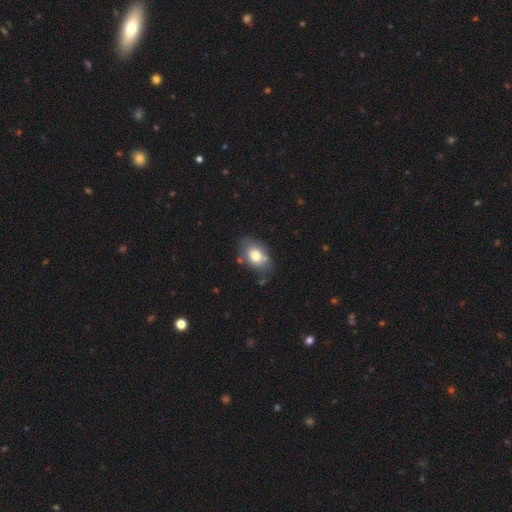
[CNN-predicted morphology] Q: Smooth or featured?
A: smooth (76%); runner-up: featured or disk (17%)
Q: How rounded?
A: in between (86%); runner-up: round (13%)
Q: Merging?
A: none (68%); runner-up: minor disturbance (21%)